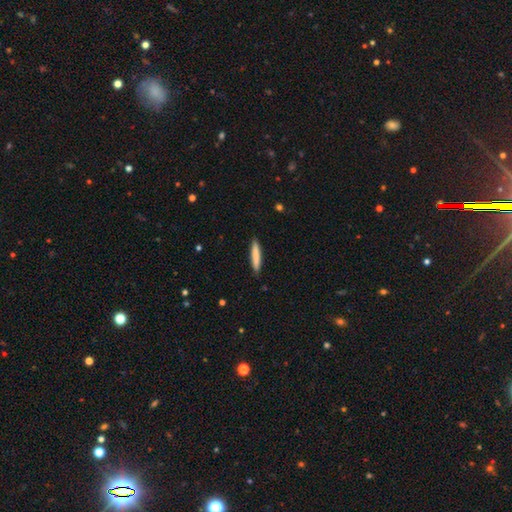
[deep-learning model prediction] This appears to be a smooth galaxy with no disk features (79%) that is cigar-shaped (93%). Merging: none (90%).